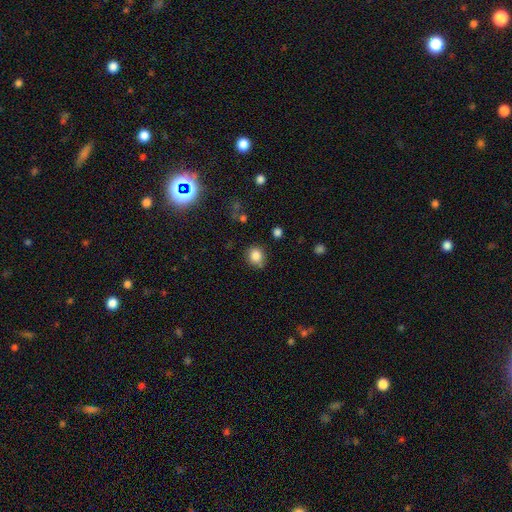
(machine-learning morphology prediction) Smooth or featured?
  - smooth: 84% *
  - star or artifact: 11%
  - featured or disk: 5%
How rounded?
  - round: 75% *
  - in between: 24%
  - cigar-shaped: 1%
Merging?
  - none: 74% *
  - minor disturbance: 18%
  - major disturbance: 4%
  - merger: 4%